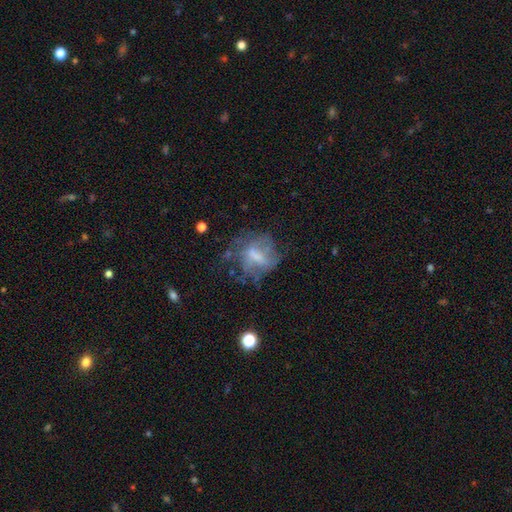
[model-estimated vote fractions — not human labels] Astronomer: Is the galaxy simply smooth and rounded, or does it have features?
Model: featured or disk — 51% (runner-up: smooth, 36%).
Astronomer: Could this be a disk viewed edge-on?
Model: no — 95%.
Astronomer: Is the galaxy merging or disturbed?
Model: none — 41% (runner-up: major disturbance, 32%).